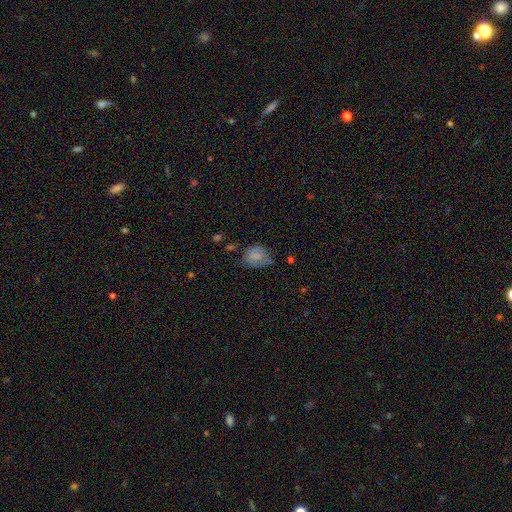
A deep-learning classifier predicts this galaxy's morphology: This is likely a smooth galaxy (70%). How rounded: possibly in between (52%). Merging: possibly none (54%).